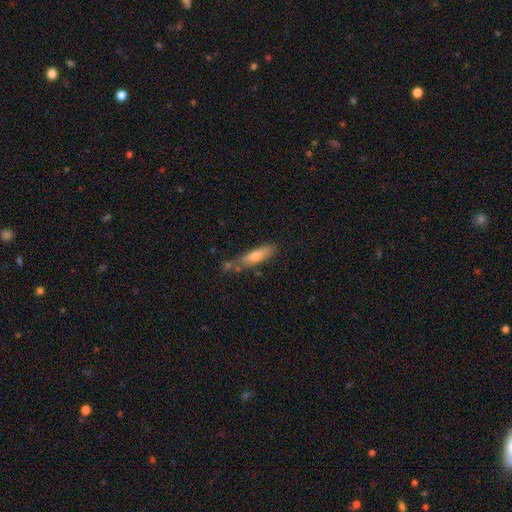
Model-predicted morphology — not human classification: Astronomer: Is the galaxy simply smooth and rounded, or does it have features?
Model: smooth — 69%.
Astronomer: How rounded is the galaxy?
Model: cigar-shaped — 68%.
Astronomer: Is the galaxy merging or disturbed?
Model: none — 64%.